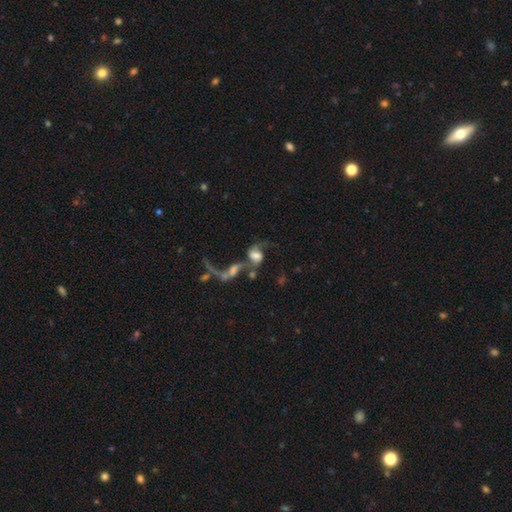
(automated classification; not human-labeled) This is possibly a featured or disk galaxy (59%). It is clearly not viewed edge-on (95%). Bar: possibly no (57%). Spiral arm pattern: likely yes (73%). Central bulge: marginally large (30%). Merging: possibly merger (56%).